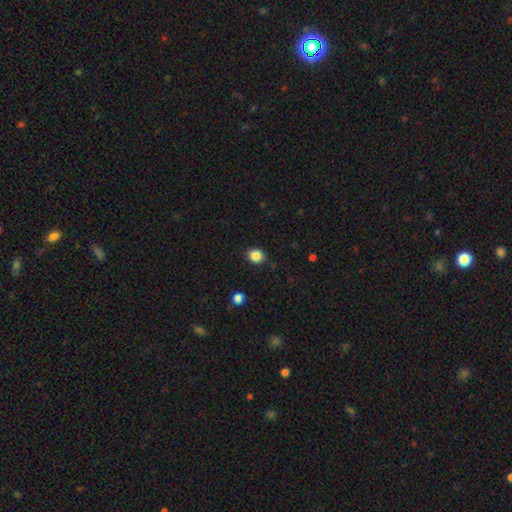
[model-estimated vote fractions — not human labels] This appears to be a smooth galaxy with no disk features (86%) that is round (65%). Merging: none (87%).